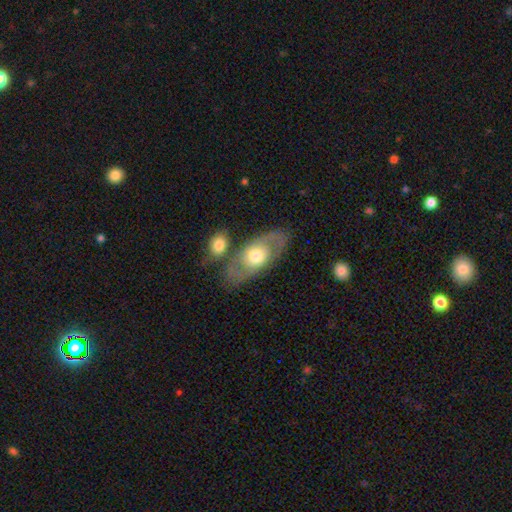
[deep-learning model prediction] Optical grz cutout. It shows a featured or disk galaxy (56%). Merging: none (66%).